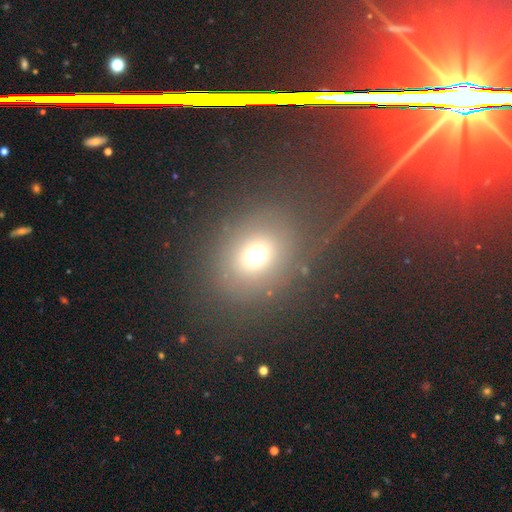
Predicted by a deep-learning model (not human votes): A smooth galaxy with no disk features (66%) that is round (67%).

Vote fractions:
- Smooth or featured? smooth: 66% / star or artifact: 21% / featured or disk: 13%
- How rounded? round: 67% / in between: 32% / cigar-shaped: 1%
- Merging? none: 72% / major disturbance: 12% / minor disturbance: 12% / merger: 4%